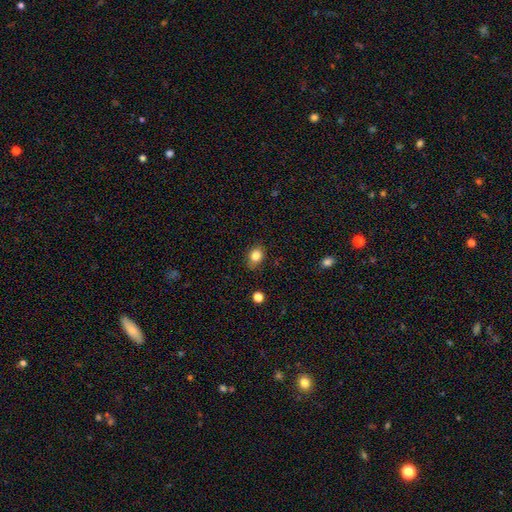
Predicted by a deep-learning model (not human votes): This appears to be a smooth galaxy with no disk features (84%) that is in between round and cigar-shaped (53%). Merging: none (80%).